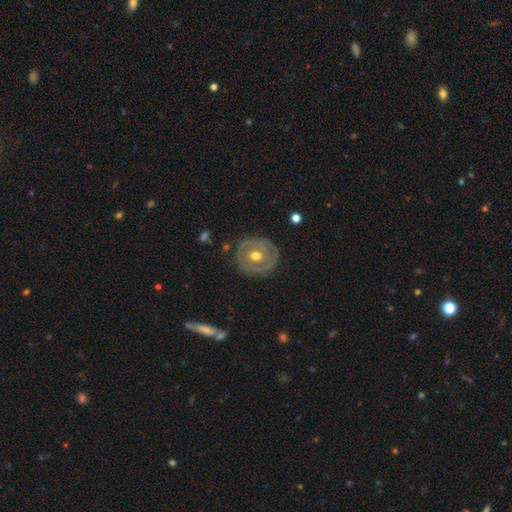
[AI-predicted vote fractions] Smooth or featured: featured or disk — 67% (smooth — 28%)
Edge-on disk: no — 95% (yes — 5%)
Bar: no — 73% (weak — 20%)
Spiral arms: no — 61% (yes — 39%)
Bulge size: moderate — 79% (small — 11%)
Merging: none — 82% (minor disturbance — 12%)